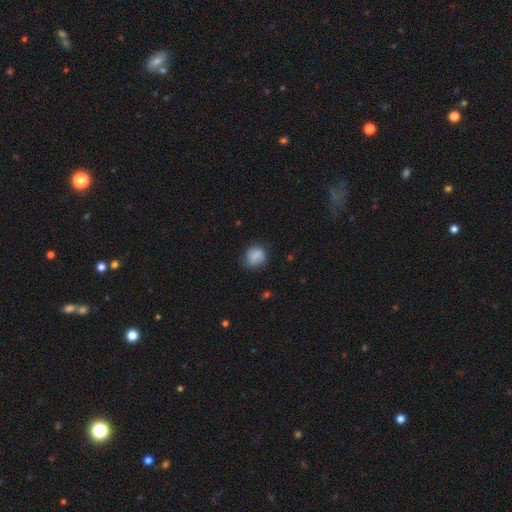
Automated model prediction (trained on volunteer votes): Q: Smooth or featured?
A: smooth (77%); runner-up: featured or disk (14%)
Q: How rounded?
A: round (67%); runner-up: in between (32%)
Q: Merging?
A: none (65%); runner-up: minor disturbance (26%)